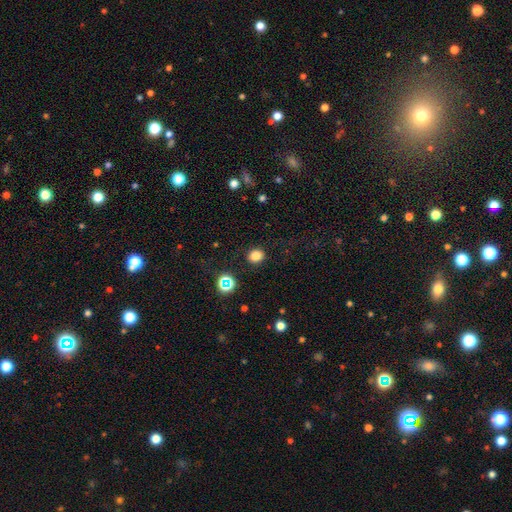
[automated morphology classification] A smooth galaxy with no disk features (81%) that is round (73%). Merging: none (88%).